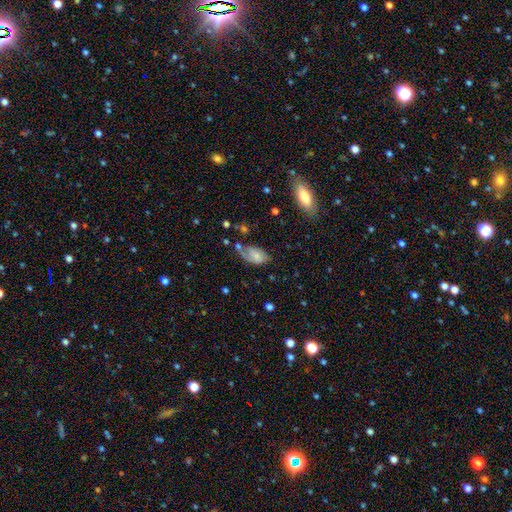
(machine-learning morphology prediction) This appears to be a smooth galaxy with no disk features (54%) that is in between round and cigar-shaped (91%). Merging: none (40%).